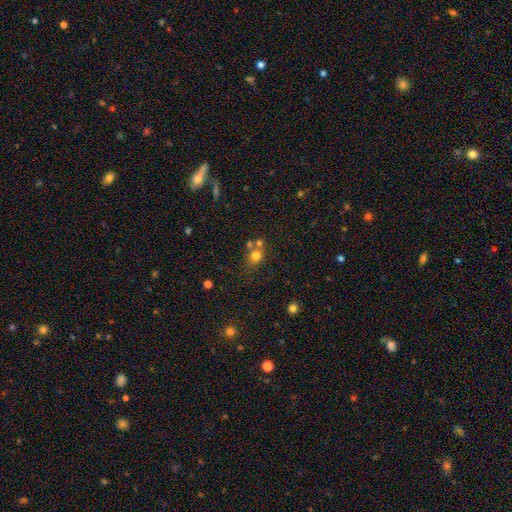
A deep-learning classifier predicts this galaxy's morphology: Smooth or featured?
  - smooth: 75% *
  - star or artifact: 15%
  - featured or disk: 10%
How rounded?
  - round: 71% *
  - in between: 28%
  - cigar-shaped: 1%
Merging?
  - none: 53% *
  - merger: 32%
  - minor disturbance: 11%
  - major disturbance: 5%